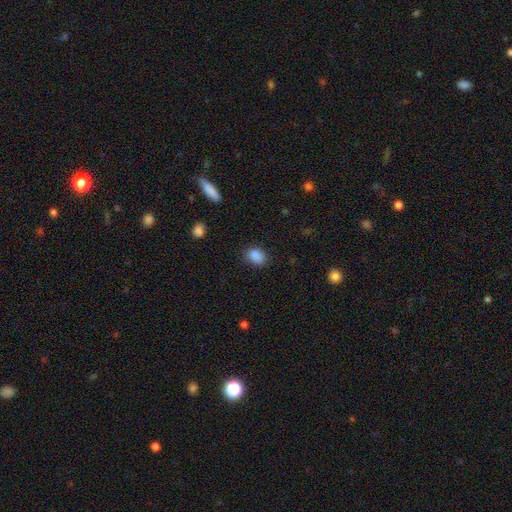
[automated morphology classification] smooth-or-featured: smooth: 88% | star or artifact: 9% | featured or disk: 3%
  how-rounded: in between: 75% | round: 24% | cigar-shaped: 1%
  merging: none: 83% | minor disturbance: 13% | major disturbance: 3% | merger: 1%